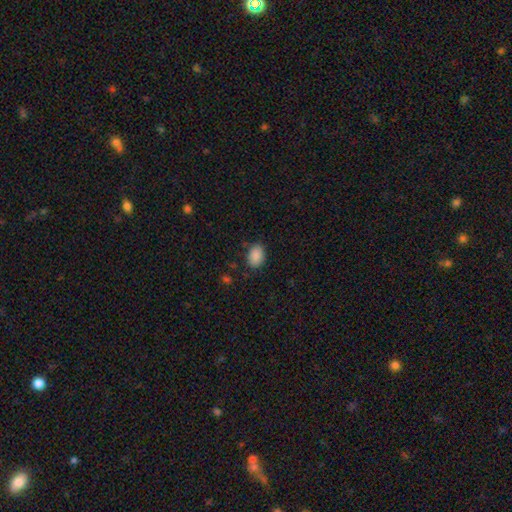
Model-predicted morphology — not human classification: type=smooth (89%); roundness=in between (80%); merging=none (82%).